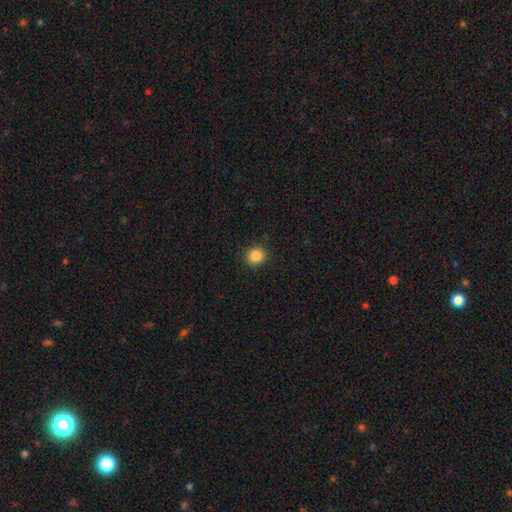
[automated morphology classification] Smooth or featured? Predicted: smooth (p=0.86). How rounded? Predicted: round (p=0.88). Merging? Predicted: none (p=0.91).